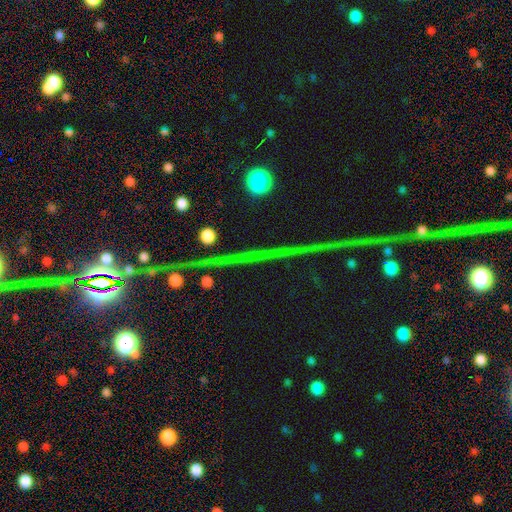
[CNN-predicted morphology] star or artifact 81%, featured or disk 11%, smooth 8%.